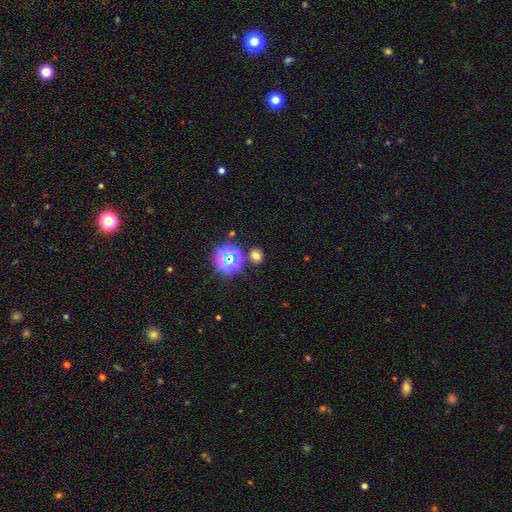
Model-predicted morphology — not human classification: Smooth or featured?
  - smooth: 62% *
  - star or artifact: 31%
  - featured or disk: 7%
How rounded?
  - round: 61% *
  - in between: 37%
  - cigar-shaped: 1%
Merging?
  - none: 81% *
  - minor disturbance: 9%
  - merger: 6%
  - major disturbance: 3%